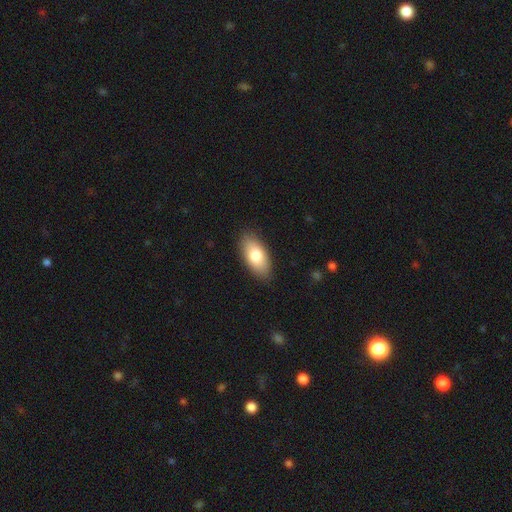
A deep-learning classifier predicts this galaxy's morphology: Smooth or featured: smooth — 80% (featured or disk — 14%)
How rounded: in between — 90% (cigar-shaped — 7%)
Merging: none — 87% (minor disturbance — 10%)